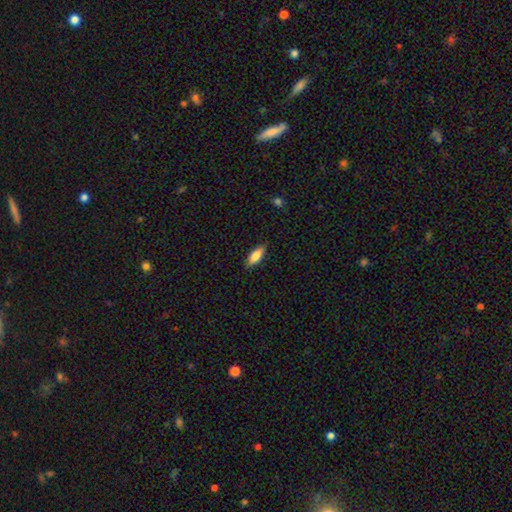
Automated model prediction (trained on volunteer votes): The model was most divided on "how rounded": in between: 73%, cigar-shaped: 25%, round: 2%. More confident: merging — none (87%); smooth or featured — smooth (81%).